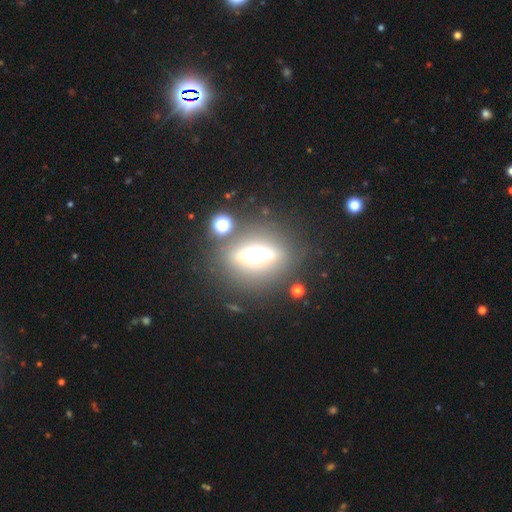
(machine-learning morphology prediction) Q: Smooth or featured?
A: featured or disk (47%); runner-up: smooth (29%)
Q: Merging?
A: none (77%); runner-up: minor disturbance (10%)